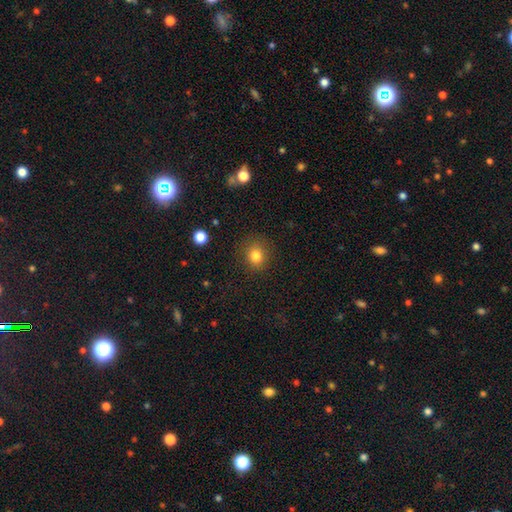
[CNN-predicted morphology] smooth 82%, star or artifact 12%, featured or disk 6%. Down the decision tree: how rounded — round (81%); merging — none (87%).